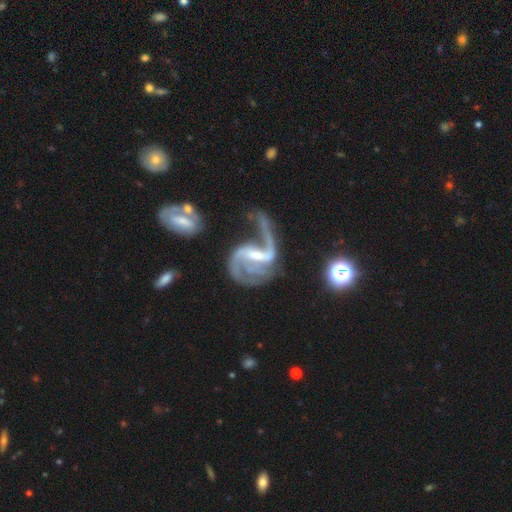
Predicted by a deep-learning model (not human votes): featured or disk 90%, star or artifact 6%, smooth 4%. Down the decision tree: edge-on disk — no (98%); bar — strong (43%, tied with weak); spiral arms — yes (96%); spiral arm count — 2 (55%); spiral winding — loose (51%); bulge size — small (55%); merging — major disturbance (39%).